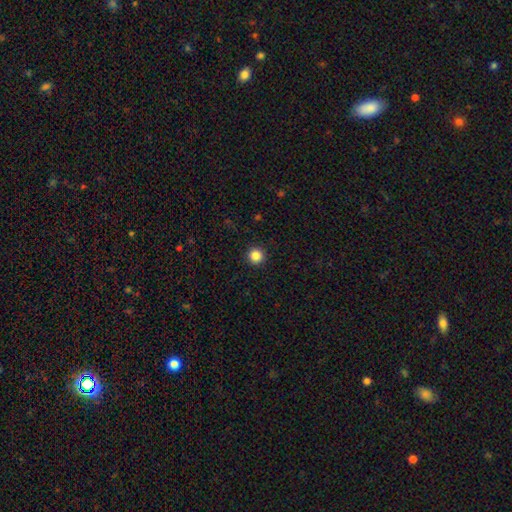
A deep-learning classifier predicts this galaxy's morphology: Smooth or featured: smooth — 85% (star or artifact — 11%)
How rounded: round — 96% (in between — 3%)
Merging: none — 93% (minor disturbance — 4%)